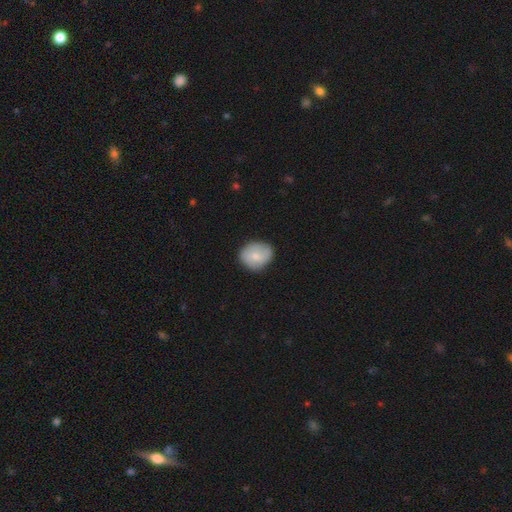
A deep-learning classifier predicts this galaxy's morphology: A smooth galaxy with no disk features (71%) that is round (64%). Merging: none (75%).